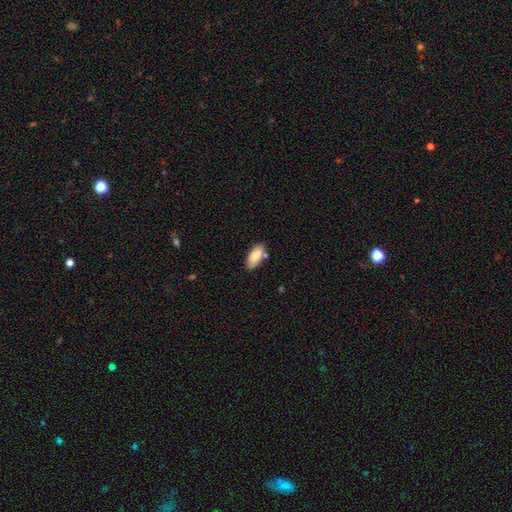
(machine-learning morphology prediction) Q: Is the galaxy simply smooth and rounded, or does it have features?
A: smooth — 84%.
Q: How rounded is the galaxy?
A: in between — 89%.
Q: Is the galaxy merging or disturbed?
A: none — 78%.